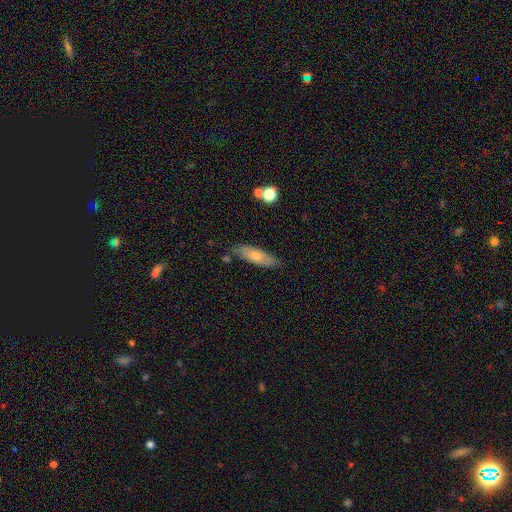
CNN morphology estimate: Overall: smooth (63%; featured or disk 30%). How rounded: cigar-shaped (49%, tied with in between). Merging: none (79%).